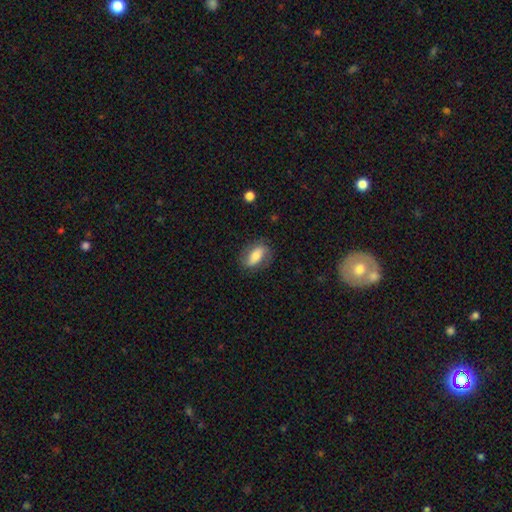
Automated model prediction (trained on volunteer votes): This appears to be a smooth galaxy with no disk features (60%) that is in between round and cigar-shaped (81%). Merging: none (78%).